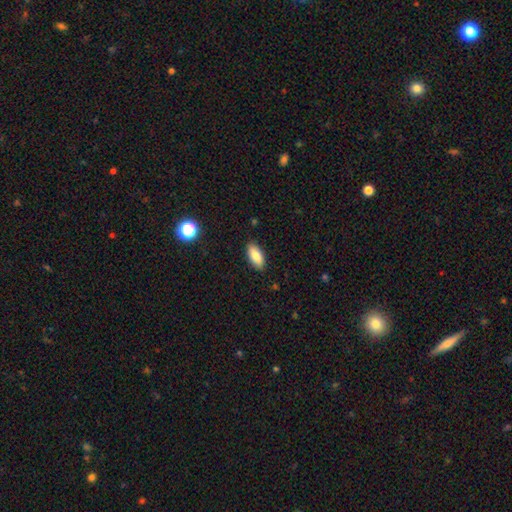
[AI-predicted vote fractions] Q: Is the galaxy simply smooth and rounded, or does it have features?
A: smooth — 84%.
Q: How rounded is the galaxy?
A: in between — 89%.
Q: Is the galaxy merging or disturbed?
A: none — 88%.